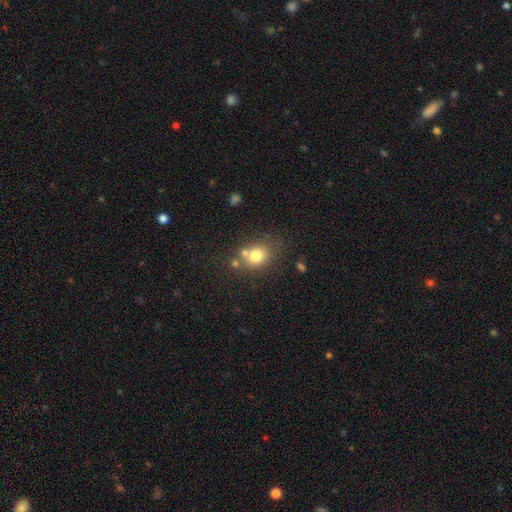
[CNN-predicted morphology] Smooth or featured?
  - smooth: 75% *
  - featured or disk: 13%
  - star or artifact: 12%
How rounded?
  - round: 66% *
  - in between: 33%
  - cigar-shaped: 1%
Merging?
  - none: 58% *
  - merger: 22%
  - minor disturbance: 14%
  - major disturbance: 6%